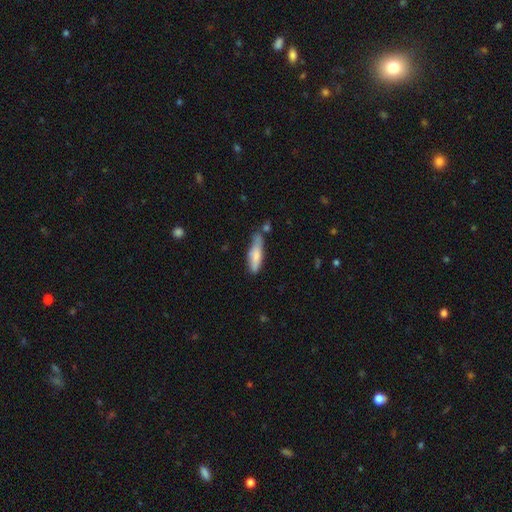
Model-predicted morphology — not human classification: smooth-or-featured: smooth: 74% | featured or disk: 20% | star or artifact: 6%
  how-rounded: cigar-shaped: 68% | in between: 31% | round: 2%
  merging: none: 50% | minor disturbance: 30% | merger: 12% | major disturbance: 8%